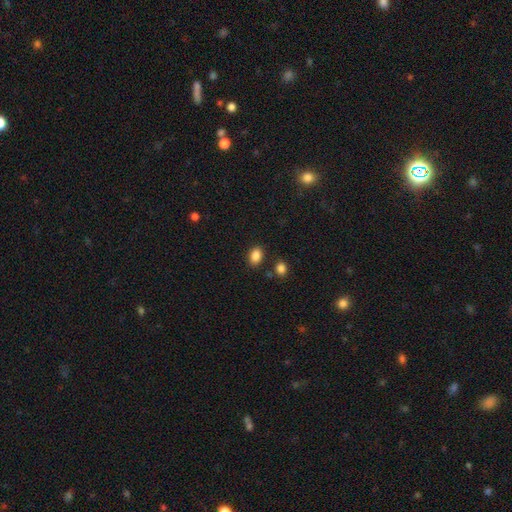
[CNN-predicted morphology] Smooth or featured: smooth — 87% (star or artifact — 9%)
How rounded: in between — 79% (round — 20%)
Merging: none — 82% (minor disturbance — 10%)